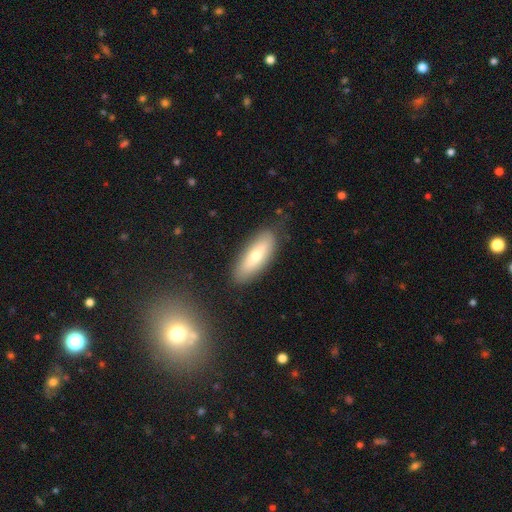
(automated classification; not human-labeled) Smooth or featured: smooth — 66% (featured or disk — 28%)
How rounded: in between — 61% (cigar-shaped — 37%)
Merging: none — 82% (minor disturbance — 13%)